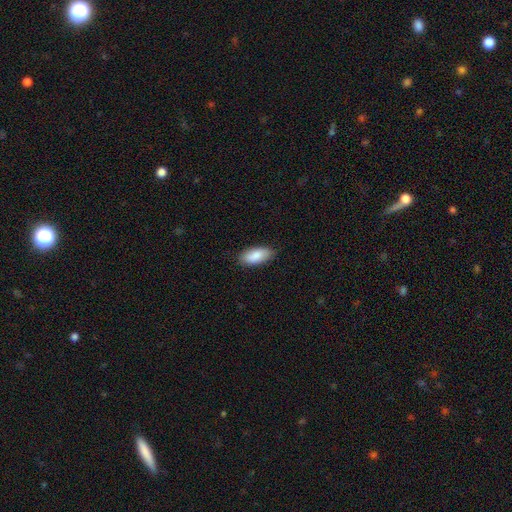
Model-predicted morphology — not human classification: smooth 87%, featured or disk 7%, star or artifact 6%. Down the decision tree: how rounded — in between (90%); merging — none (87%).